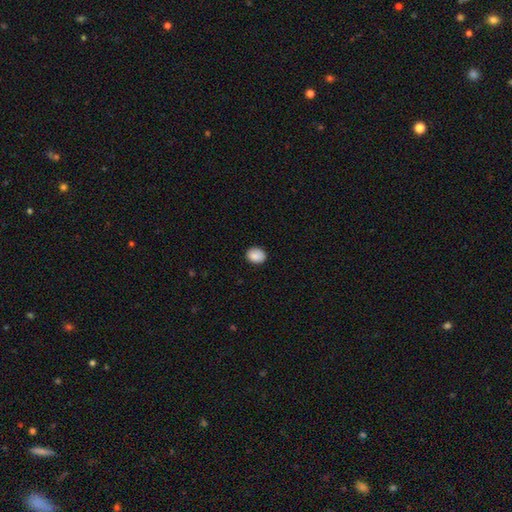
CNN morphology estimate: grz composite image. It shows a smooth galaxy with no disk features (88%) that is in between round and cigar-shaped (54%). Merging: none (86%).